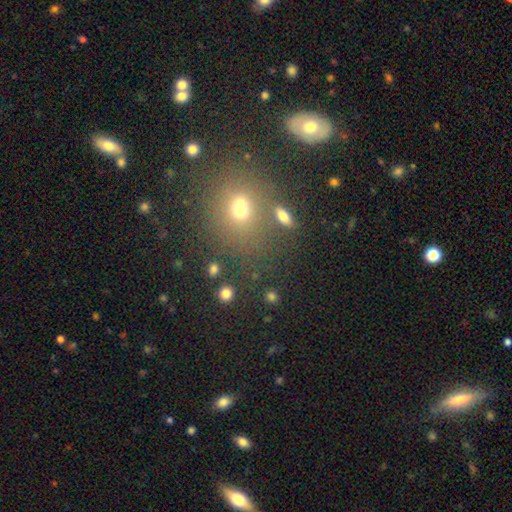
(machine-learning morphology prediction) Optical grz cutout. It shows a smooth galaxy with no disk features (55%) that is round (69%). Merging: none (77%).